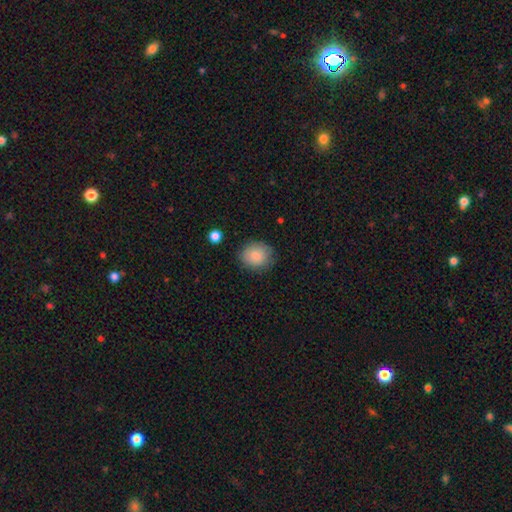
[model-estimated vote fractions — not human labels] This is clearly a smooth galaxy (84%). How rounded: likely round (67%). Merging: likely none (79%).